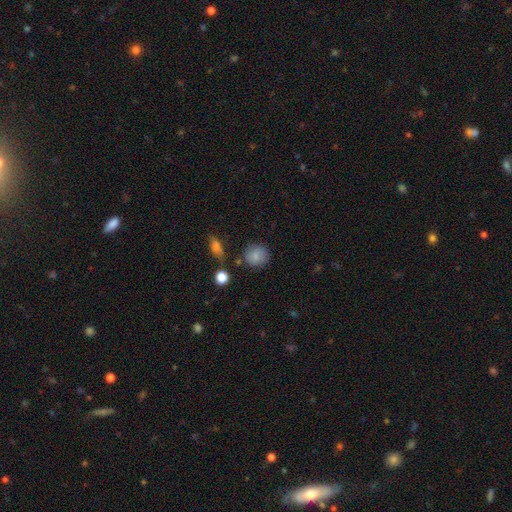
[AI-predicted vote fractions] Smooth or featured?
  - smooth: 82% *
  - star or artifact: 10%
  - featured or disk: 8%
How rounded?
  - round: 82% *
  - in between: 17%
  - cigar-shaped: 1%
Merging?
  - none: 78% *
  - minor disturbance: 14%
  - merger: 4%
  - major disturbance: 4%